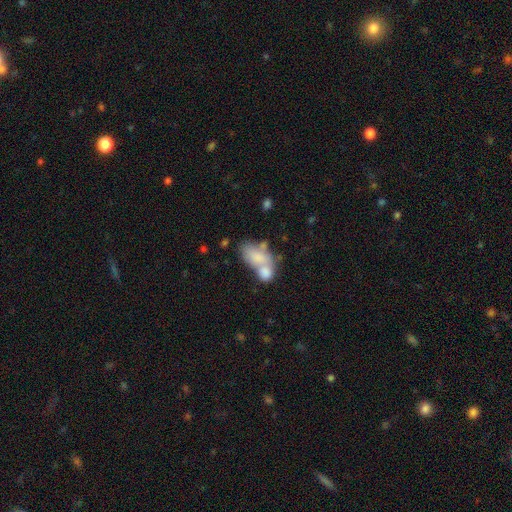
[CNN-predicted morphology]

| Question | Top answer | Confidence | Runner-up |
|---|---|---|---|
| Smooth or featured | smooth | 74% | featured or disk (19%) |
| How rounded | in between | 88% | round (8%) |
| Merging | merger | 59% | none (22%) |